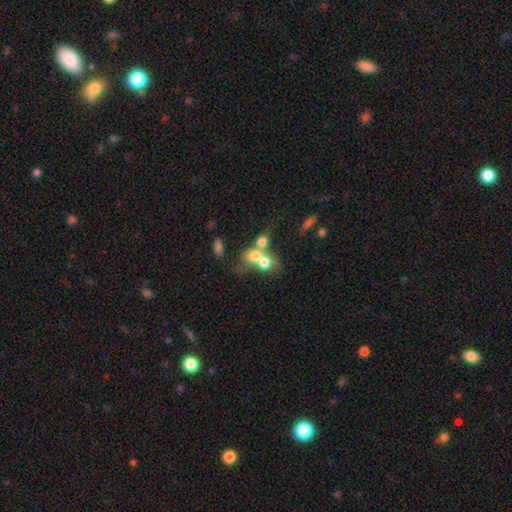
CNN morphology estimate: Smooth or featured?
  - smooth: 63% *
  - featured or disk: 25%
  - star or artifact: 12%
How rounded?
  - round: 53% *
  - in between: 45%
  - cigar-shaped: 2%
Merging?
  - merger: 67% *
  - none: 18%
  - major disturbance: 8%
  - minor disturbance: 7%